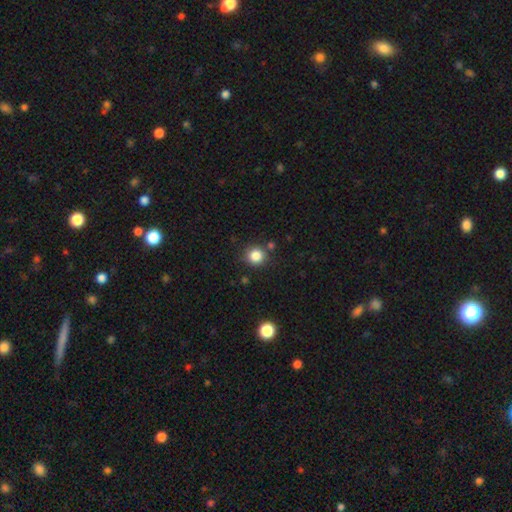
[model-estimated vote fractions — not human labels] smooth-or-featured: smooth: 84% | star or artifact: 12% | featured or disk: 4%
  how-rounded: round: 91% | in between: 8% | cigar-shaped: 1%
  merging: none: 84% | minor disturbance: 9% | merger: 5% | major disturbance: 3%